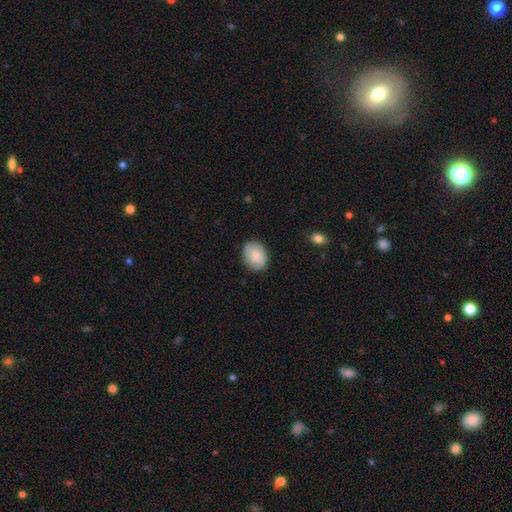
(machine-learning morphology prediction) A smooth galaxy with no disk features (82%) that is in between round and cigar-shaped (58%).

Vote fractions:
- Smooth or featured? smooth: 82% / featured or disk: 12% / star or artifact: 6%
- How rounded? in between: 58% / round: 41% / cigar-shaped: 1%
- Merging? none: 84% / minor disturbance: 13% / major disturbance: 3% / merger: 1%